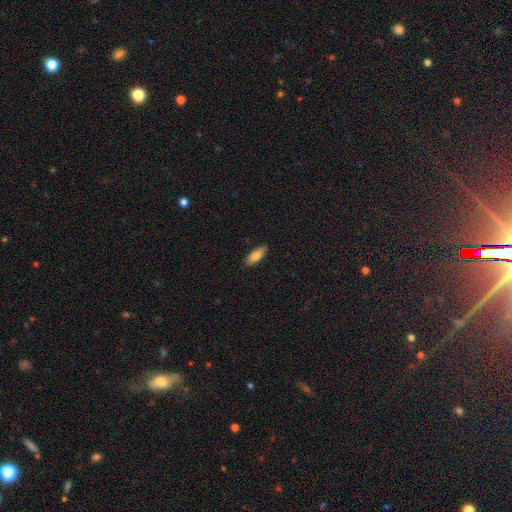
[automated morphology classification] This is likely a smooth galaxy (80%). How rounded: likely in between (69%). Merging: clearly none (87%).